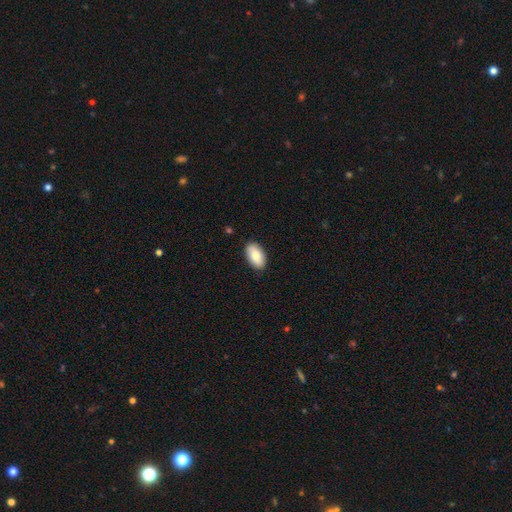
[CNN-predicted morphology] A smooth galaxy with no disk features (82%) that is in between round and cigar-shaped (94%). Merging: none (88%).